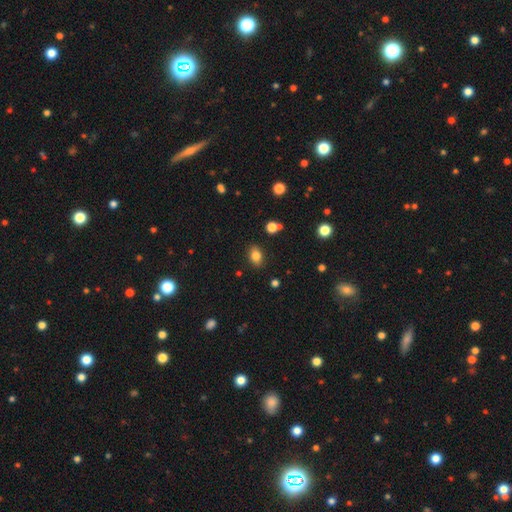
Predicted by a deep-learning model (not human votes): smooth-or-featured: smooth: 82% | star or artifact: 11% | featured or disk: 7%
  how-rounded: in between: 75% | round: 24% | cigar-shaped: 1%
  merging: none: 85% | minor disturbance: 11% | major disturbance: 3% | merger: 2%